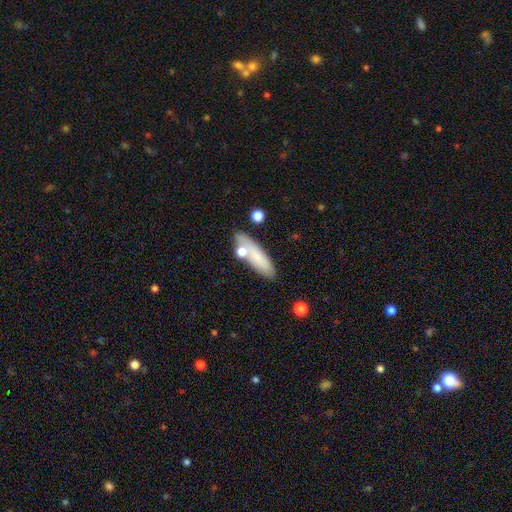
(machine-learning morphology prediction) This is likely a smooth galaxy (73%). How rounded: possibly cigar-shaped (56%). Merging: likely none (71%).